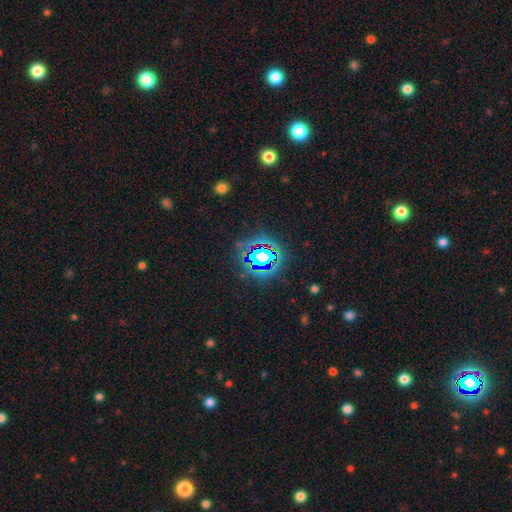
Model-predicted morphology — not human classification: Smooth or featured?
  - star or artifact: 78% *
  - smooth: 13%
  - featured or disk: 9%